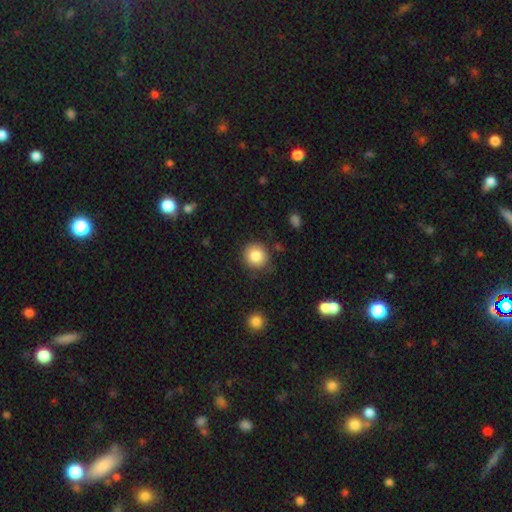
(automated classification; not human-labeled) A smooth galaxy with no disk features (85%) that is round (87%). Merging: none (83%).